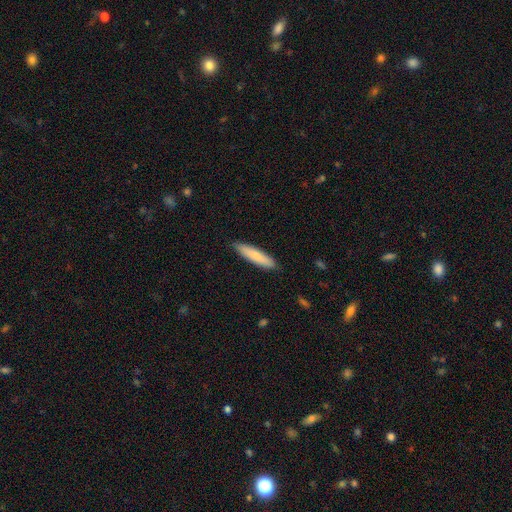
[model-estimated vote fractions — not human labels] Smooth or featured? smooth (78%)
How rounded? cigar-shaped (81%)
Merging? none (87%)